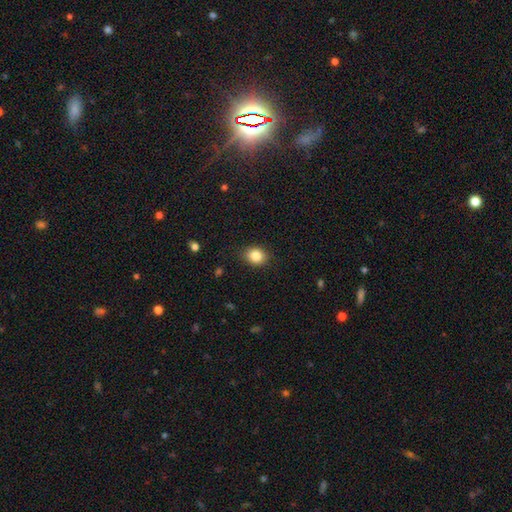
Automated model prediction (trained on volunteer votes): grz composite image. It shows a smooth galaxy with no disk features (84%) that is round (55%). Merging: none (86%).